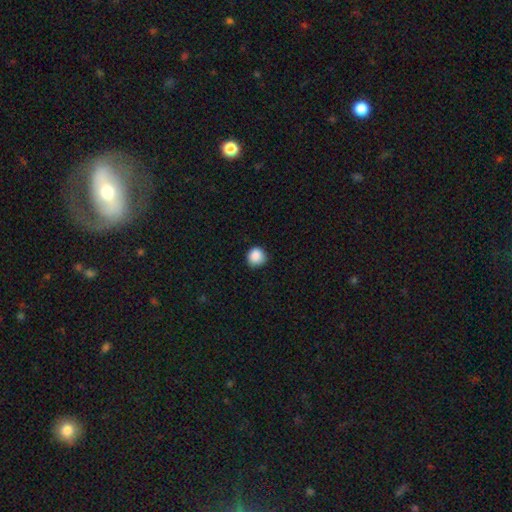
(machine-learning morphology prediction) A smooth galaxy with no disk features (88%) that is round (91%).

Vote fractions:
- Smooth or featured? smooth: 88% / star or artifact: 9% / featured or disk: 3%
- How rounded? round: 91% / in between: 8% / cigar-shaped: 1%
- Merging? none: 84% / minor disturbance: 13% / major disturbance: 2% / merger: 1%